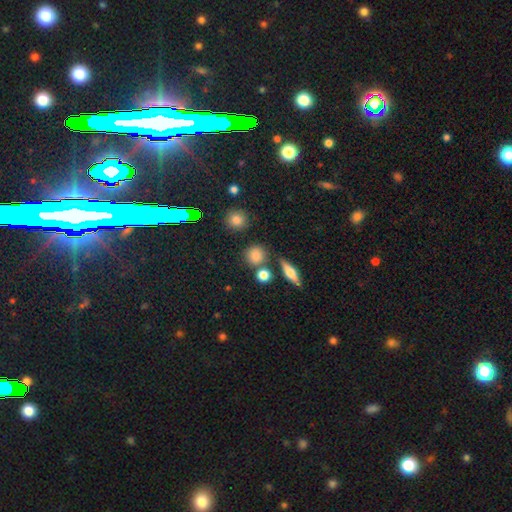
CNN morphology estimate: Q: Smooth or featured?
A: smooth (80%); runner-up: star or artifact (13%)
Q: How rounded?
A: round (88%); runner-up: in between (10%)
Q: Merging?
A: none (78%); runner-up: merger (10%)